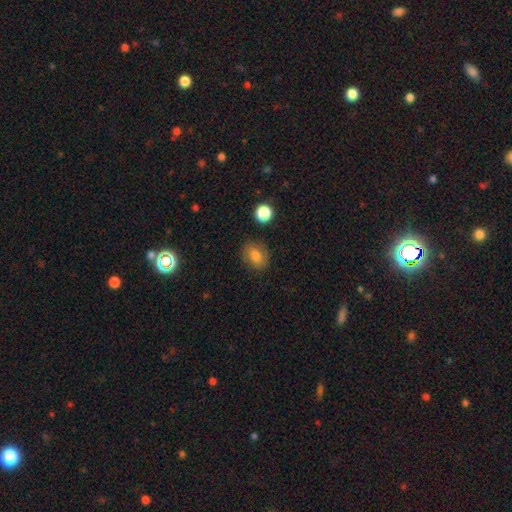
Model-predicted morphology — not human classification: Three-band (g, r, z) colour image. It shows a smooth galaxy with no disk features (78%) that is in between round and cigar-shaped (53%). Merging: none (83%).